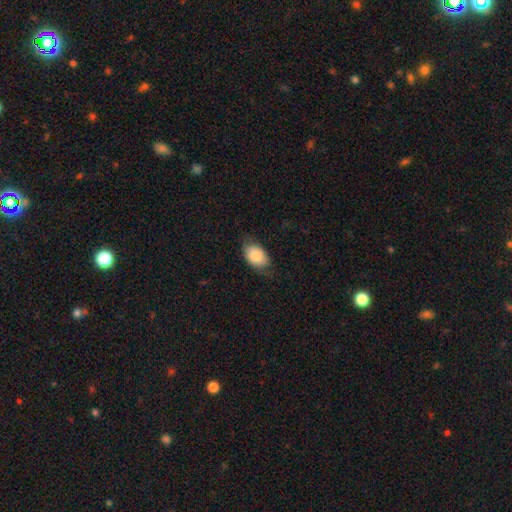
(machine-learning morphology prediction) type=smooth (85%); roundness=in between (89%); merging=none (69%).